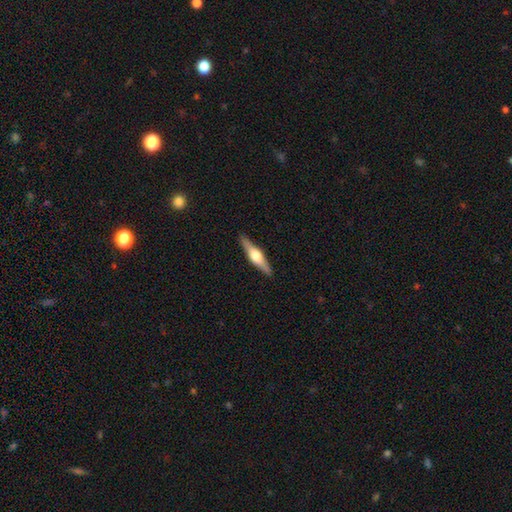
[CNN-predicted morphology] Overall: featured or disk (65%; smooth 30%). Edge-on disk: yes (97%). Edge-on bulge: rounded (92%). Merging: none (90%).